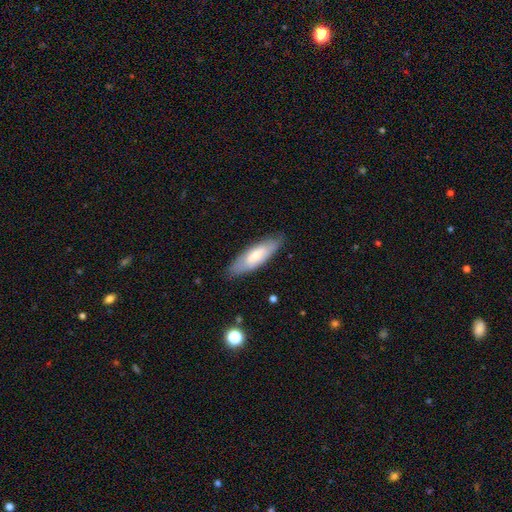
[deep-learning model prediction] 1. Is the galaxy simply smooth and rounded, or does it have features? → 65% smooth, 29% featured or disk, 6% star or artifact.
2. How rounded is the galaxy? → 57% in between, 42% cigar-shaped, 2% round.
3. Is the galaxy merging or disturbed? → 82% none, 14% minor disturbance, 3% major disturbance, 1% merger.